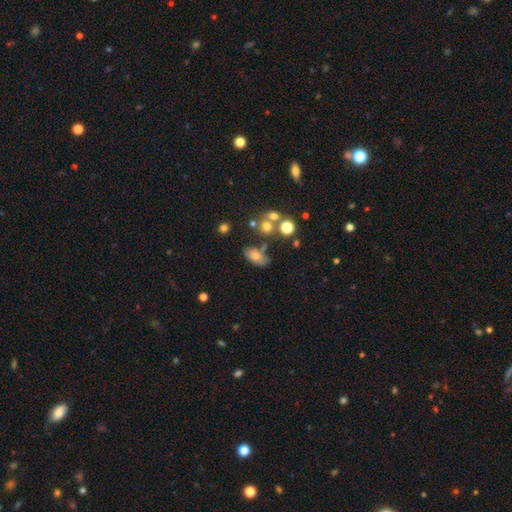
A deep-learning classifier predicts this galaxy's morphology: Smooth or featured: smooth — 73% (featured or disk — 15%)
How rounded: in between — 87% (round — 9%)
Merging: none — 54% (minor disturbance — 21%)